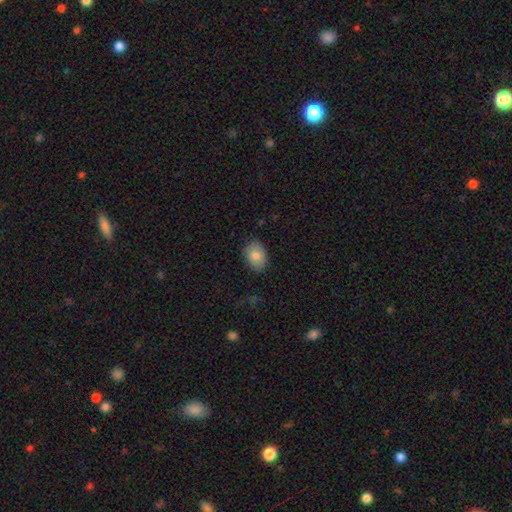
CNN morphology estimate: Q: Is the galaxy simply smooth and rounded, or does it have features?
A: smooth — 81%.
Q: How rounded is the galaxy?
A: in between — 75%.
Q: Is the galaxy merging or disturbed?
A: none — 82%.